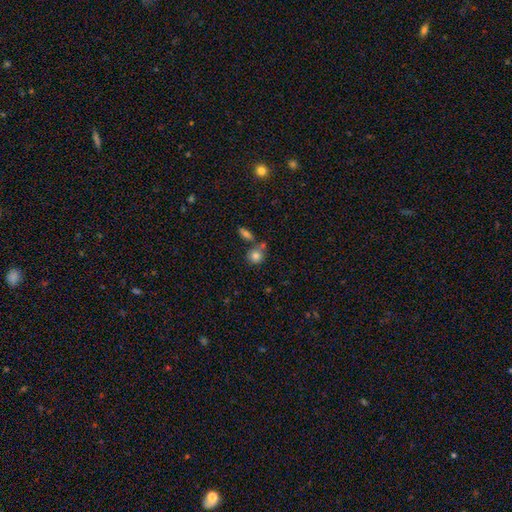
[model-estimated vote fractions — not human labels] Smooth or featured?
  - smooth: 81% *
  - star or artifact: 10%
  - featured or disk: 9%
How rounded?
  - round: 81% *
  - in between: 18%
  - cigar-shaped: 2%
Merging?
  - none: 55% *
  - merger: 26%
  - minor disturbance: 14%
  - major disturbance: 5%